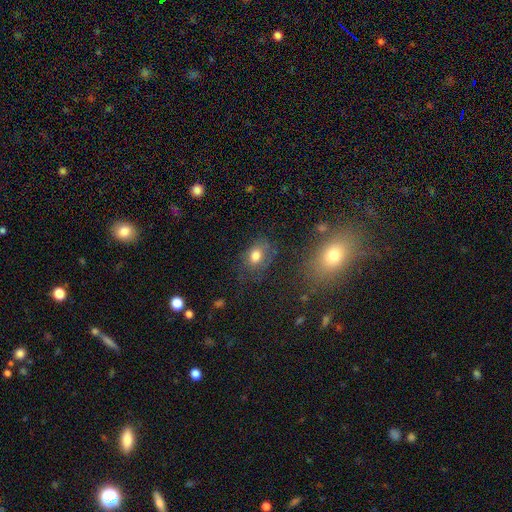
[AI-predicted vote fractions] This appears to be a smooth galaxy with no disk features (75%) that is in between round and cigar-shaped (65%). Merging: none (65%).